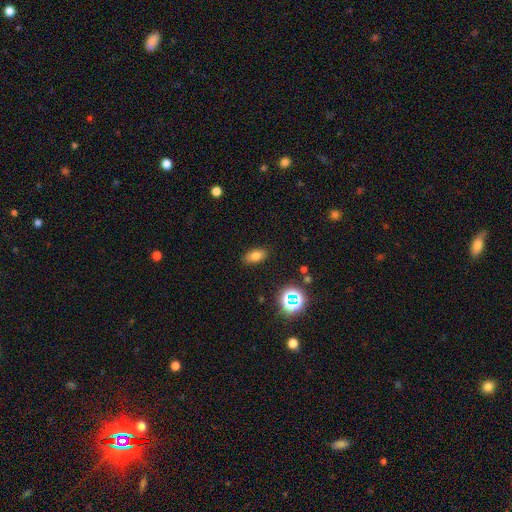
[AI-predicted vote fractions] A smooth galaxy with no disk features (75%) that is in between round and cigar-shaped (86%).

Vote fractions:
- Smooth or featured? smooth: 75% / star or artifact: 15% / featured or disk: 11%
- How rounded? in between: 86% / round: 8% / cigar-shaped: 6%
- Merging? none: 86% / minor disturbance: 10% / major disturbance: 3% / merger: 1%